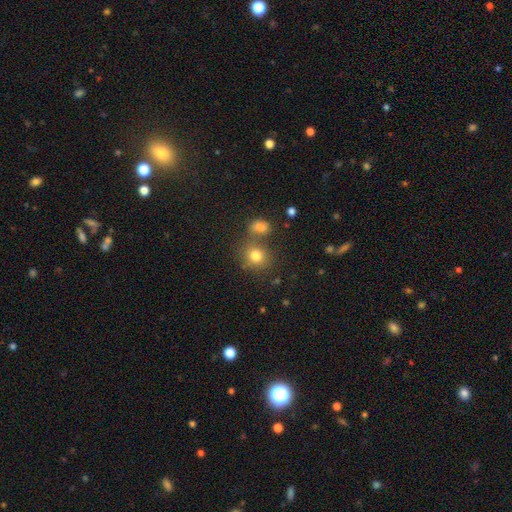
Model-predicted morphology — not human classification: This is likely a smooth galaxy (78%). How rounded: likely round (76%). Merging: possibly none (60%).